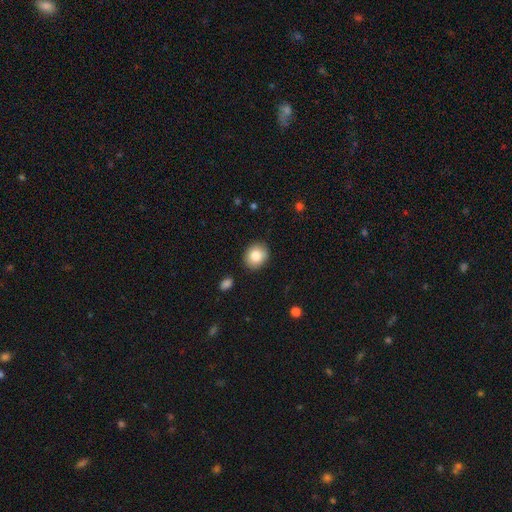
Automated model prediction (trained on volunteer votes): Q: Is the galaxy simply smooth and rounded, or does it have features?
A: smooth — 82%.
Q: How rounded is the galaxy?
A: round — 62%.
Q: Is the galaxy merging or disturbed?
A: none — 87%.